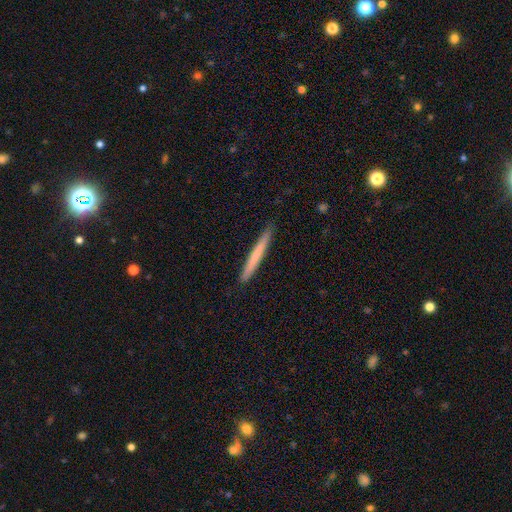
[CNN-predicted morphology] Smooth or featured? smooth (65%)
How rounded? cigar-shaped (97%)
Merging? none (90%)